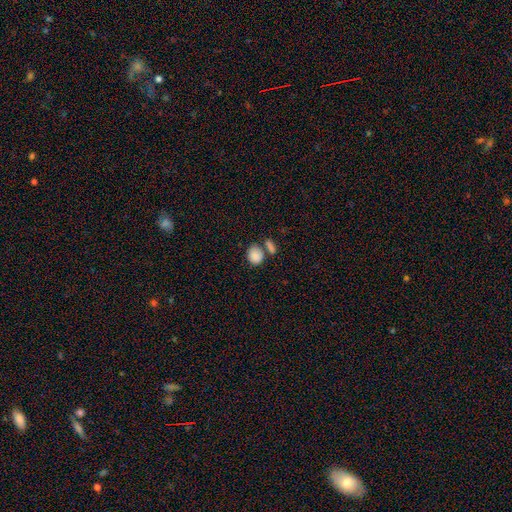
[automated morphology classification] Q: Smooth or featured?
A: smooth (86%); runner-up: star or artifact (8%)
Q: How rounded?
A: in between (51%); runner-up: round (47%)
Q: Merging?
A: none (51%); runner-up: merger (30%)